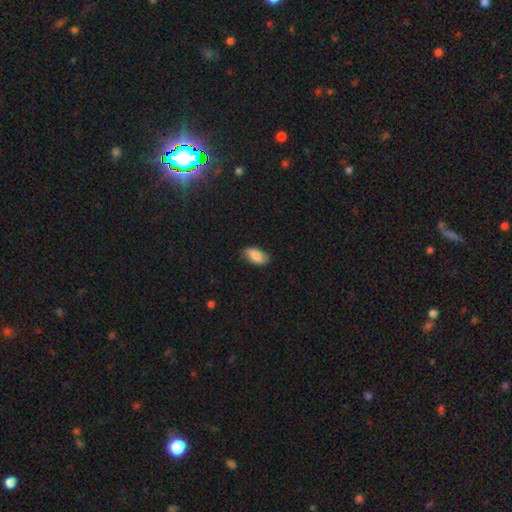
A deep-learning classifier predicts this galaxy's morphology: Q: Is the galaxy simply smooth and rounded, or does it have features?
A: smooth — 74%.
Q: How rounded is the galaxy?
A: in between — 91%.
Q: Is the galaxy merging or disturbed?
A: none — 79%.